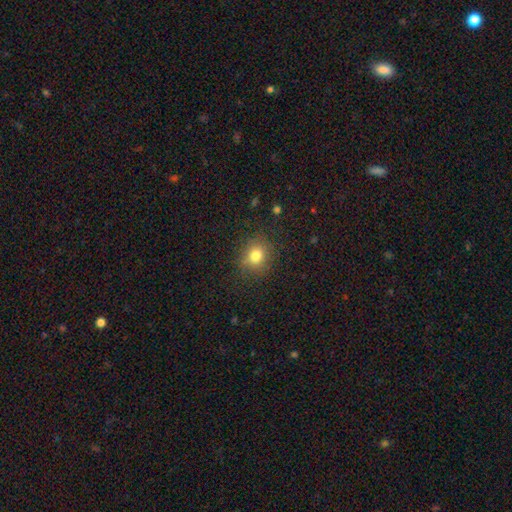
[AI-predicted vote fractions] Q: Smooth or featured?
A: smooth (80%); runner-up: star or artifact (13%)
Q: How rounded?
A: round (77%); runner-up: in between (22%)
Q: Merging?
A: none (85%); runner-up: minor disturbance (10%)